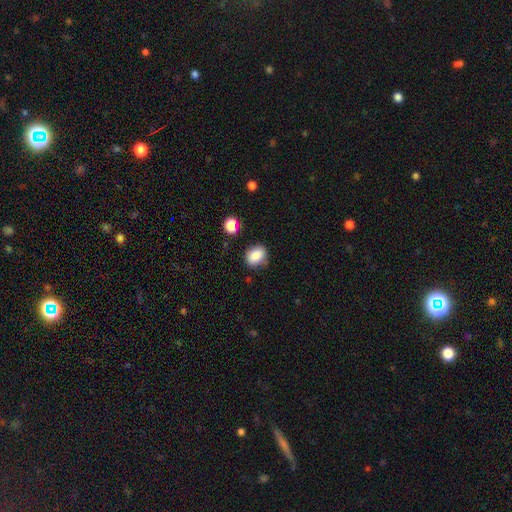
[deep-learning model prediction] Overall: smooth (86%). How rounded: in between (64%; round 35%). Merging: none (75%).